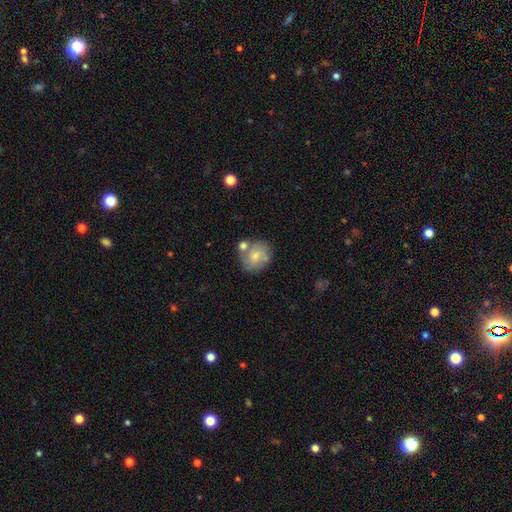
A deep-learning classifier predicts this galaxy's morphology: smooth 64%, featured or disk 28%, star or artifact 8%. Down the decision tree: how rounded — round (71%); merging — none (53%).